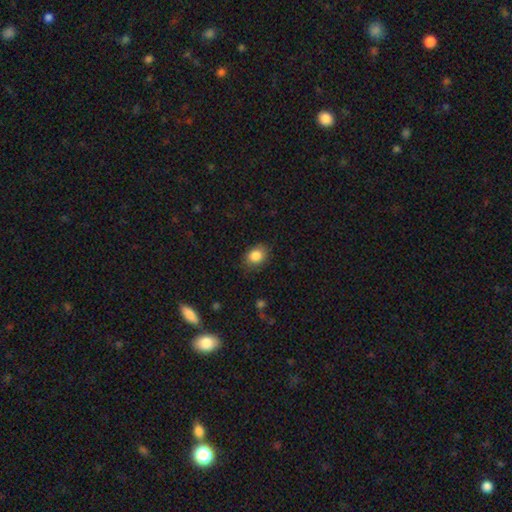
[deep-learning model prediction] A smooth galaxy with no disk features (85%) that is in between round and cigar-shaped (61%). Merging: none (81%).